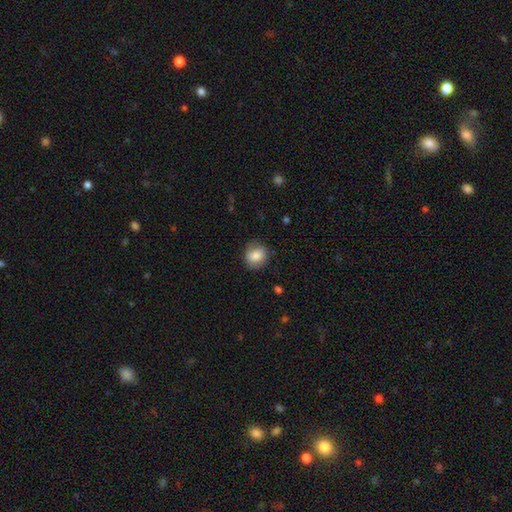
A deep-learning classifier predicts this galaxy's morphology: Smooth or featured? Predicted: smooth (p=0.79). How rounded? Predicted: round (p=0.72). Merging? Predicted: none (p=0.77).